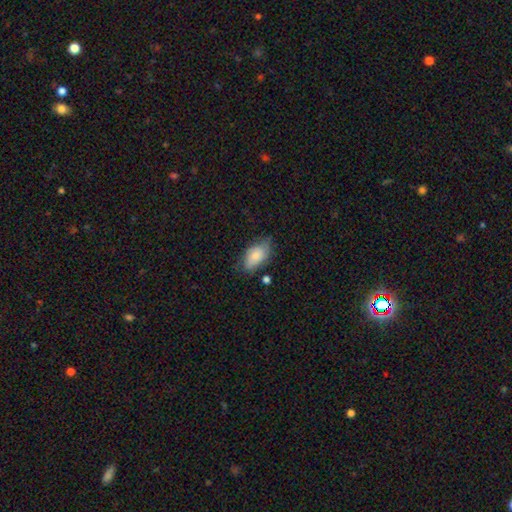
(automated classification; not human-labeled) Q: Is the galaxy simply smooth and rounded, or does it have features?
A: smooth — 76%.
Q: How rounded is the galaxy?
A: in between — 93%.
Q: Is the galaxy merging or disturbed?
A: none — 60%.